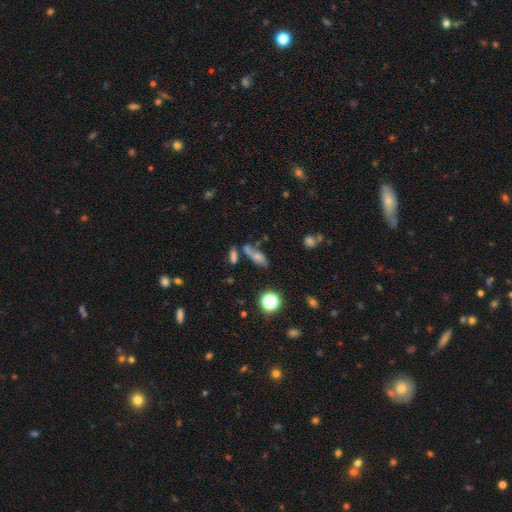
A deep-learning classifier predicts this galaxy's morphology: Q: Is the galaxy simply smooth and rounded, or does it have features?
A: smooth — 58%.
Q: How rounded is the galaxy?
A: in between — 60%.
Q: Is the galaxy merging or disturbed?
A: none — 47%.